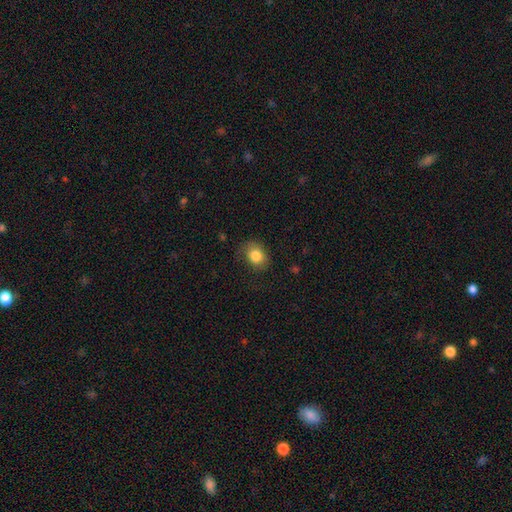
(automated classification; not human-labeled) A smooth galaxy with no disk features (83%) that is round (50%, tied with in between).

Vote fractions:
- Smooth or featured? smooth: 83% / star or artifact: 9% / featured or disk: 8%
- How rounded? round: 50% (tied) / in between: 50% (tied) / cigar-shaped: 1%
- Merging? none: 71% / minor disturbance: 21% / major disturbance: 7% / merger: 1%